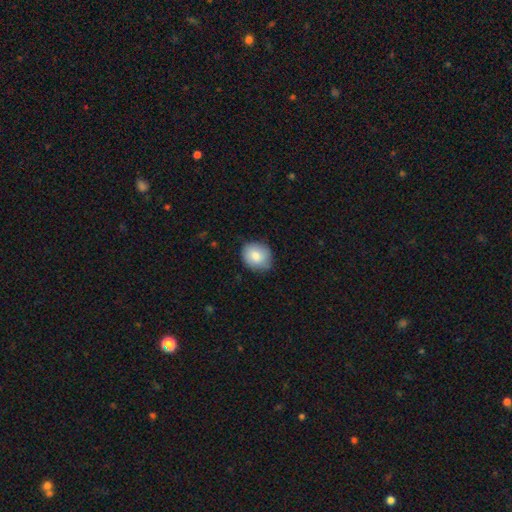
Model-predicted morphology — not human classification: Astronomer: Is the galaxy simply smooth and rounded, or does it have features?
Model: smooth — 84%.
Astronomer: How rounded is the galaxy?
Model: round — 67%.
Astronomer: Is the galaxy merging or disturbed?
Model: none — 77%.